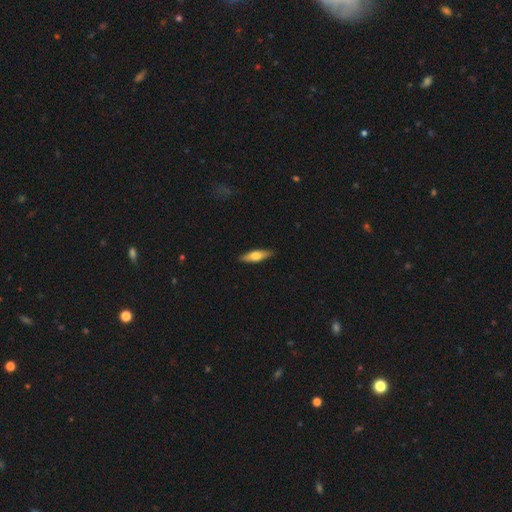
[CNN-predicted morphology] smooth 58%, featured or disk 36%, star or artifact 5%. Down the decision tree: how rounded — cigar-shaped (59%); merging — none (89%).